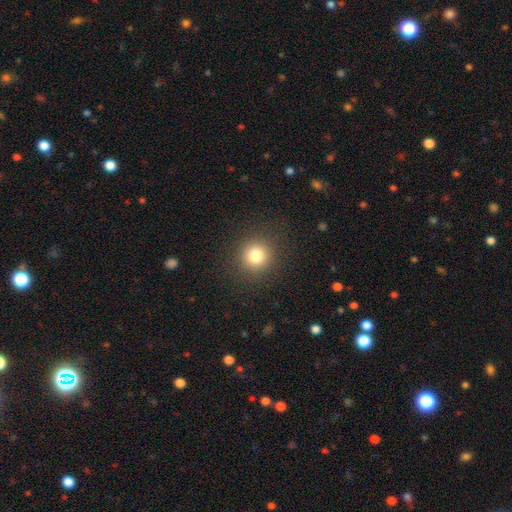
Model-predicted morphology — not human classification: type=smooth (80%); roundness=round (92%); merging=none (90%).